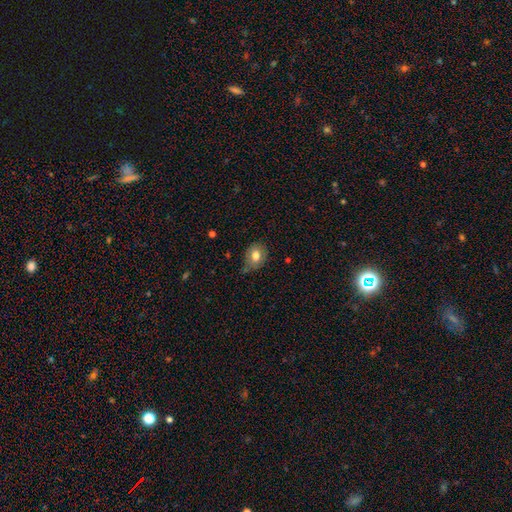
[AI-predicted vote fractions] smooth 76%, featured or disk 15%, star or artifact 9%. Down the decision tree: how rounded — in between (53%); merging — none (63%).